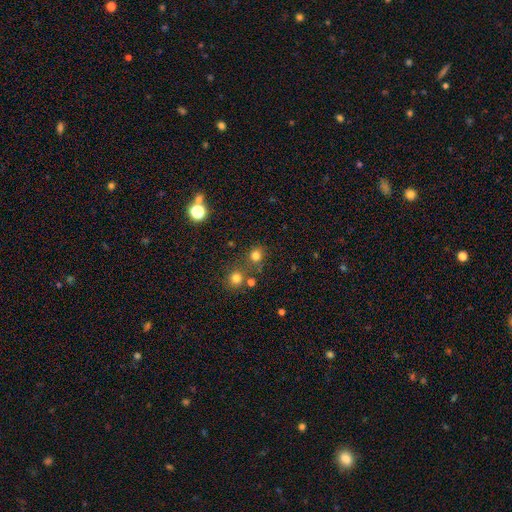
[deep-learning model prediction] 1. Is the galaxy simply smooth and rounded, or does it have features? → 75% smooth, 19% star or artifact, 6% featured or disk.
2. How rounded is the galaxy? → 86% round, 13% in between, 1% cigar-shaped.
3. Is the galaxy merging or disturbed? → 69% none, 17% merger, 10% minor disturbance, 5% major disturbance.